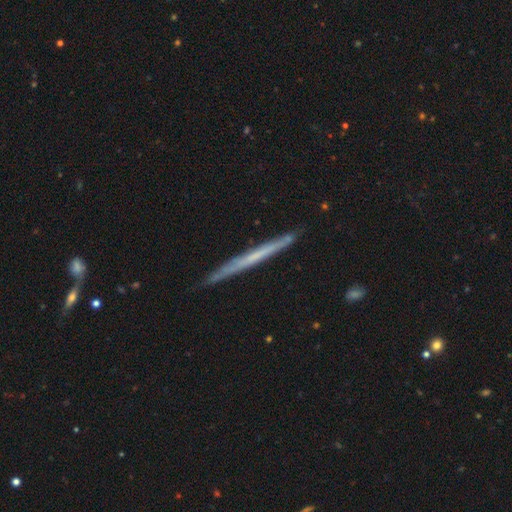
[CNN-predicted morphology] Smooth or featured?
  - featured or disk: 55% *
  - smooth: 39%
  - star or artifact: 6%
Edge-on disk?
  - yes: 97% *
  - no: 3%
Edge-on bulge?
  - none: 90% *
  - rounded: 6%
  - boxy: 3%
Merging?
  - none: 89% *
  - minor disturbance: 8%
  - major disturbance: 1%
  - merger: 1%